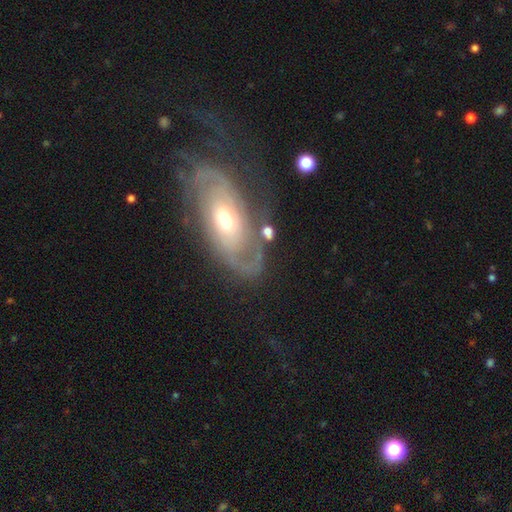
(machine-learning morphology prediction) Smooth or featured? featured or disk (85%)
Edge-on disk? no (94%)
Bar? no (67%)
Spiral arms? yes (93%)
Spiral winding? tight (54%)
Spiral arm count? 2 (60%)
Bulge size? moderate (61%)
Merging? none (61%)